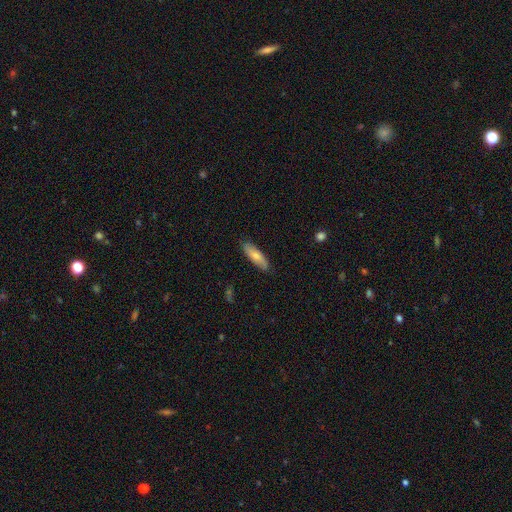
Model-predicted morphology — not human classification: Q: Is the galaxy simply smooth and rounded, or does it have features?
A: smooth — 71%.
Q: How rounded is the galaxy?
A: cigar-shaped — 54%.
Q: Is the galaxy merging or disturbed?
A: none — 86%.